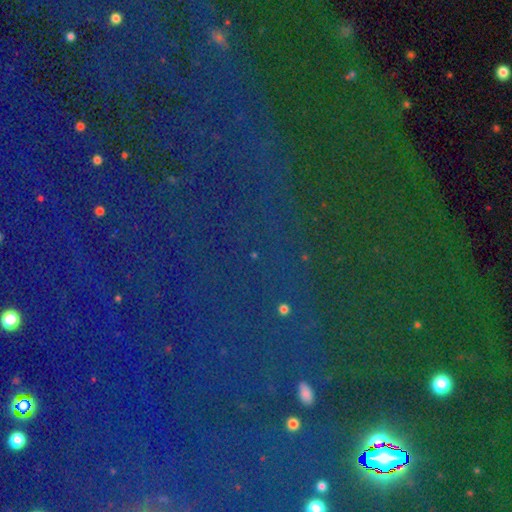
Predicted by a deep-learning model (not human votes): smooth-or-featured: star or artifact: 83% | smooth: 10% | featured or disk: 7%